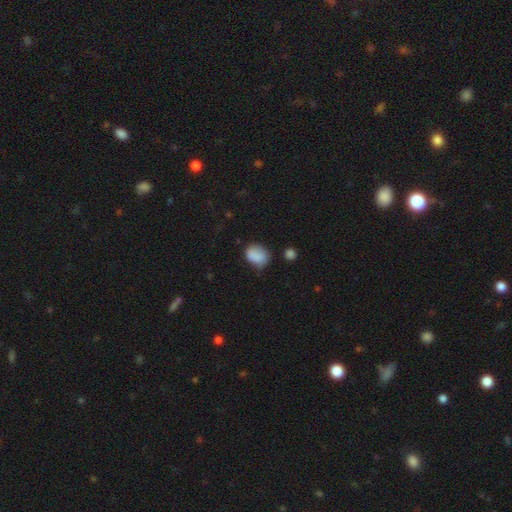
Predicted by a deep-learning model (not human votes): Smooth or featured? Predicted: smooth (p=0.85). How rounded? Predicted: in between (p=0.61). Merging? Predicted: none (p=0.58).